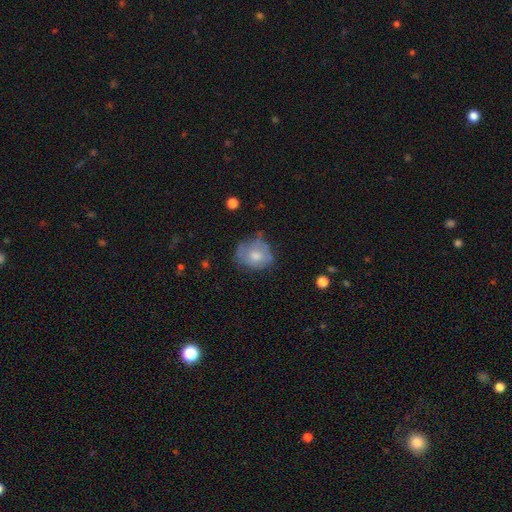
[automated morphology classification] Overall: smooth (60%; featured or disk 30%). How rounded: round (64%; in between 35%). Merging: none (57%; minor disturbance 29%).